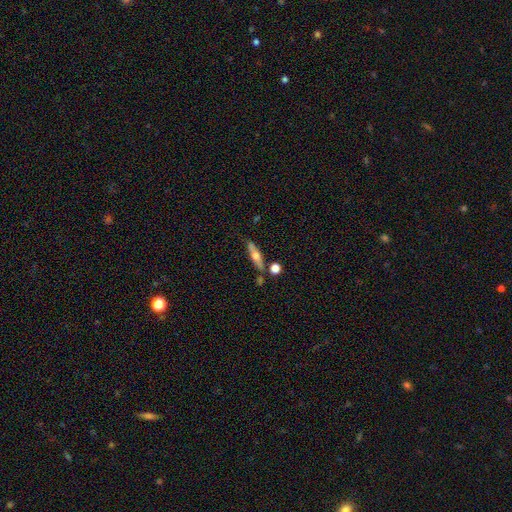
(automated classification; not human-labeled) The model was most divided on "smooth or featured": featured or disk: 49%, smooth: 44%, star or artifact: 7%. More confident: merging — none (72%).